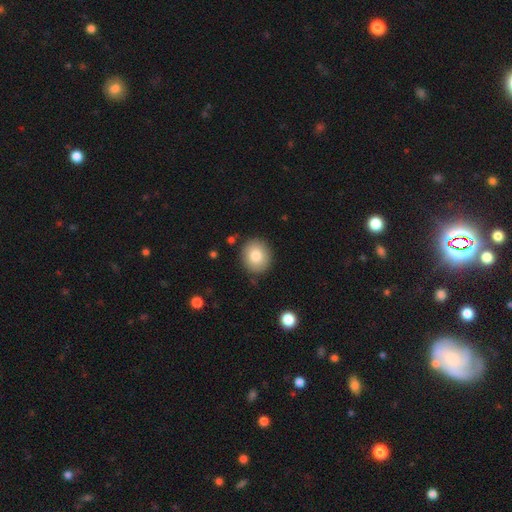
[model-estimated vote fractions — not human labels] Smooth or featured? smooth (81%)
How rounded? round (76%)
Merging? none (86%)